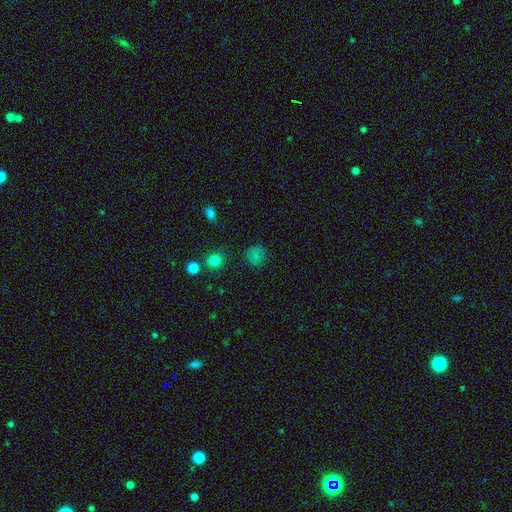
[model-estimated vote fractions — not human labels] This is likely a smooth galaxy (75%). How rounded: clearly round (87%). Merging: clearly none (81%).